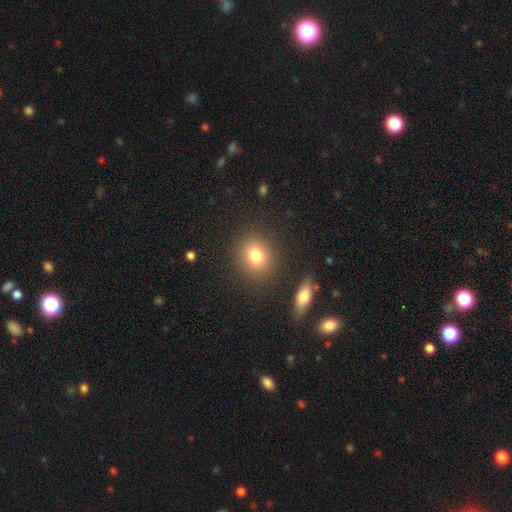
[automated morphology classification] Q: Smooth or featured?
A: smooth (80%); runner-up: star or artifact (11%)
Q: How rounded?
A: round (67%); runner-up: in between (32%)
Q: Merging?
A: none (85%); runner-up: minor disturbance (8%)